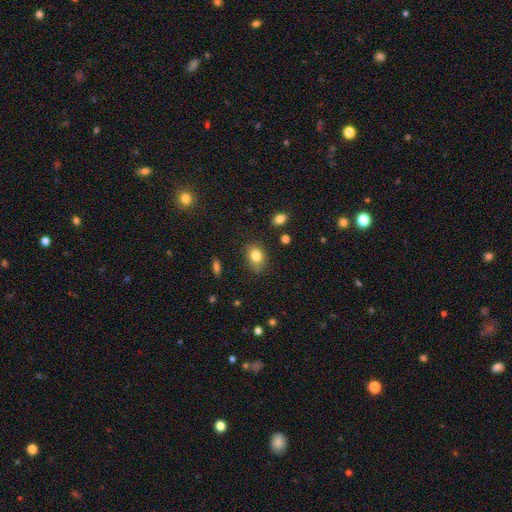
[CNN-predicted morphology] A smooth galaxy with no disk features (80%) that is in between round and cigar-shaped (70%). Merging: none (76%).